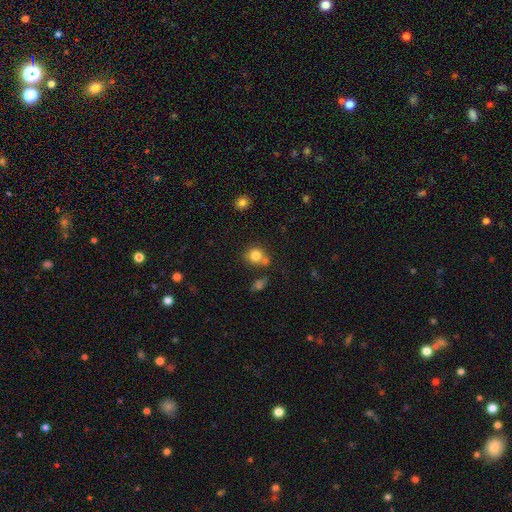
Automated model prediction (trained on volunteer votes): Smooth or featured? Predicted: smooth (p=0.81). How rounded? Predicted: round (p=0.85). Merging? Predicted: none (p=0.60).